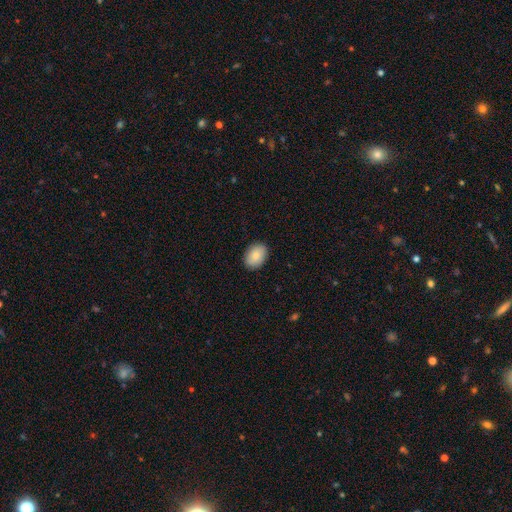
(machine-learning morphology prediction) A smooth galaxy with no disk features (84%) that is in between round and cigar-shaped (77%).

Vote fractions:
- Smooth or featured? smooth: 84% / featured or disk: 10% / star or artifact: 7%
- How rounded? in between: 77% / round: 22% / cigar-shaped: 1%
- Merging? none: 89% / minor disturbance: 9% / major disturbance: 2% / merger: 1%